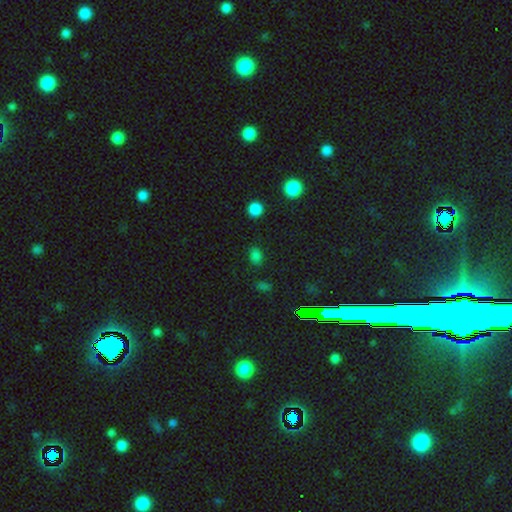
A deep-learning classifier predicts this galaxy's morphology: smooth-or-featured: smooth: 71% | star or artifact: 24% | featured or disk: 5%
  how-rounded: in between: 72% | round: 26% | cigar-shaped: 2%
  merging: none: 80% | minor disturbance: 13% | major disturbance: 4% | merger: 3%